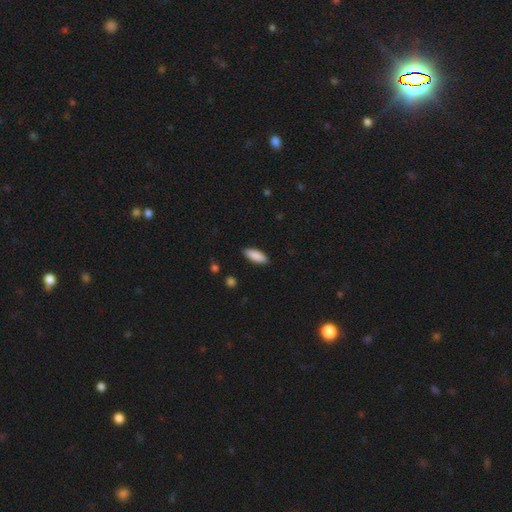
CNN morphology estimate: smooth 89%, star or artifact 6%, featured or disk 5%. Down the decision tree: how rounded — in between (76%); merging — none (89%).